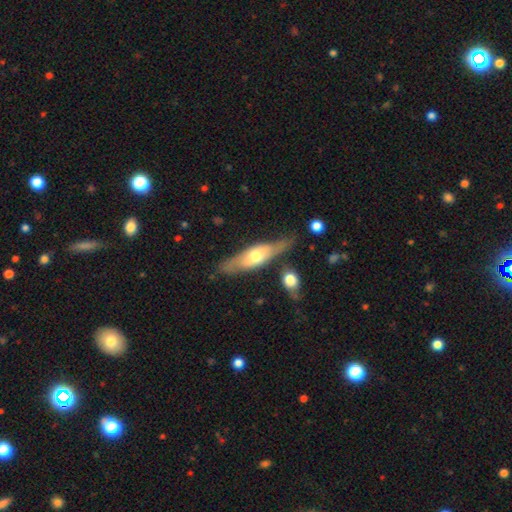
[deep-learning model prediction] featured or disk 55%, smooth 40%, star or artifact 5%. Down the decision tree: edge-on disk — yes (65%); merging — none (67%).